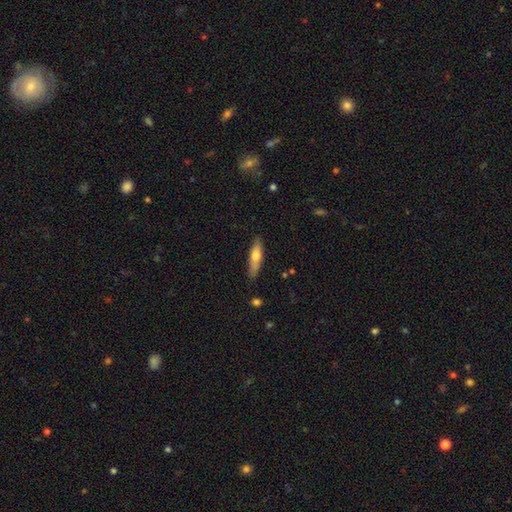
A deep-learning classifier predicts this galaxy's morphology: type=smooth (64%); roundness=cigar-shaped (70%); merging=none (81%).